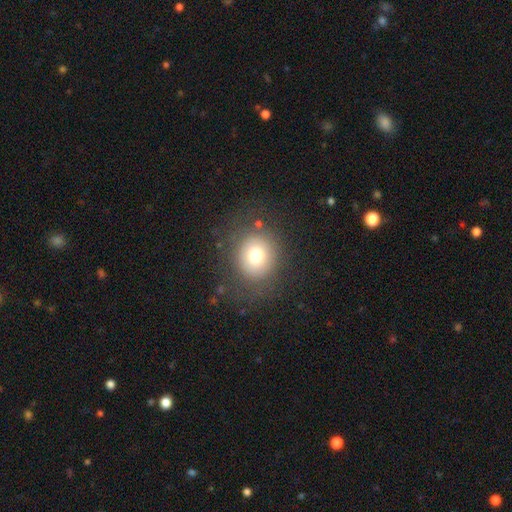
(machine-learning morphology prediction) Smooth or featured? smooth (73%)
How rounded? round (83%)
Merging? none (80%)